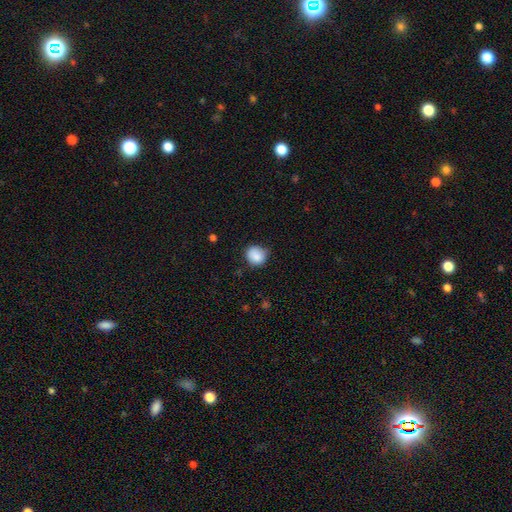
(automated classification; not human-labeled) smooth-or-featured: smooth: 86% | star or artifact: 9% | featured or disk: 5%
  how-rounded: round: 81% | in between: 18% | cigar-shaped: 1%
  merging: none: 71% | minor disturbance: 24% | major disturbance: 4% | merger: 1%